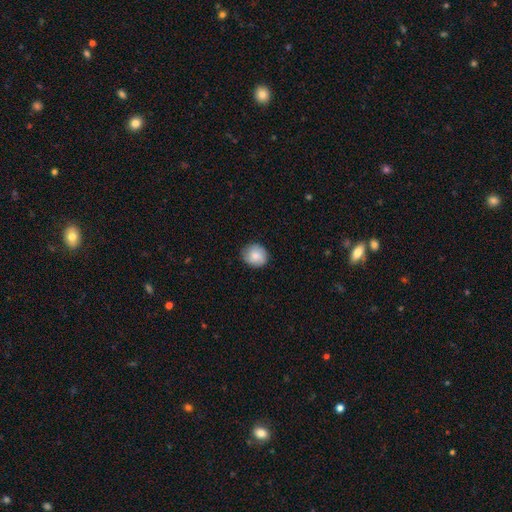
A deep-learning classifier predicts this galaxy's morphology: This is likely a smooth galaxy (78%). How rounded: clearly round (85%). Merging: clearly none (84%).